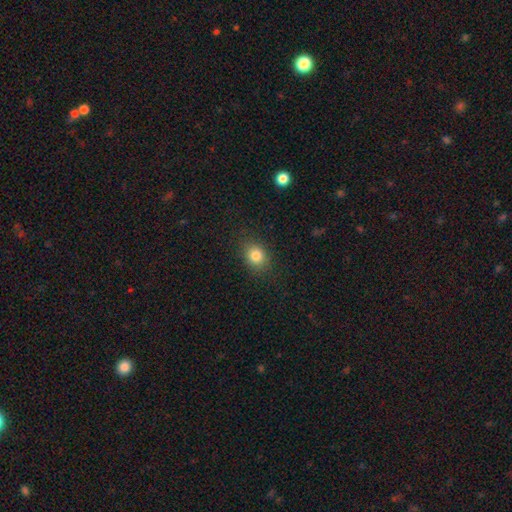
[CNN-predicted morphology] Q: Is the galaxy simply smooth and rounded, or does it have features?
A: smooth — 82%.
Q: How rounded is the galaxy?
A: round — 58%.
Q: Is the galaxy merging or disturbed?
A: none — 86%.